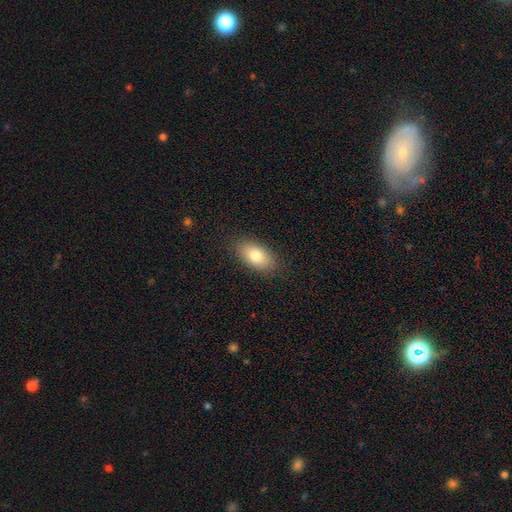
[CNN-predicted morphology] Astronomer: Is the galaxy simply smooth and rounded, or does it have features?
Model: smooth — 79%.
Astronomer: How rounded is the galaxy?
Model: in between — 91%.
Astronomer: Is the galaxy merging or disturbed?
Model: none — 86%.